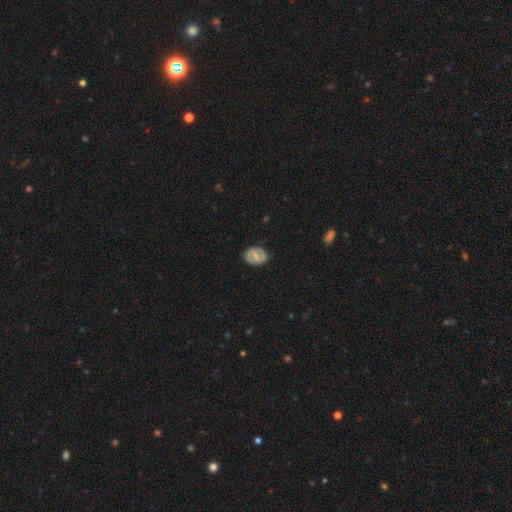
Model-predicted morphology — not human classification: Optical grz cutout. It shows a featured or disk galaxy (47%). Merging: none (80%).